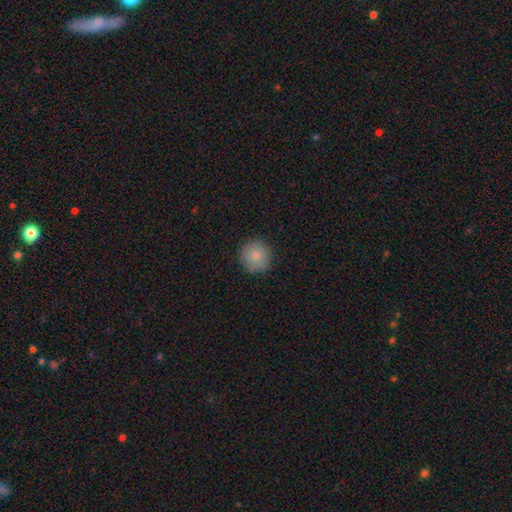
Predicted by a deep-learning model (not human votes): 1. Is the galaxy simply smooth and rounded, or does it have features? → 85% smooth, 8% star or artifact, 7% featured or disk.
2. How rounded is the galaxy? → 95% round, 4% in between, 1% cigar-shaped.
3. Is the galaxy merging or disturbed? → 88% none, 9% minor disturbance, 2% major disturbance, 1% merger.